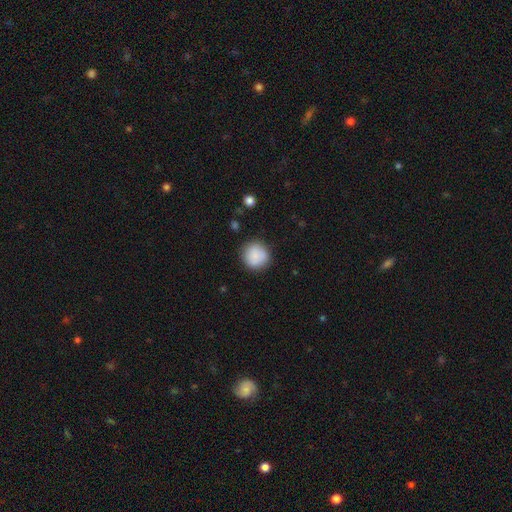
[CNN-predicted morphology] Smooth or featured: smooth — 86% (star or artifact — 8%)
How rounded: round — 91% (in between — 8%)
Merging: none — 83% (minor disturbance — 11%)